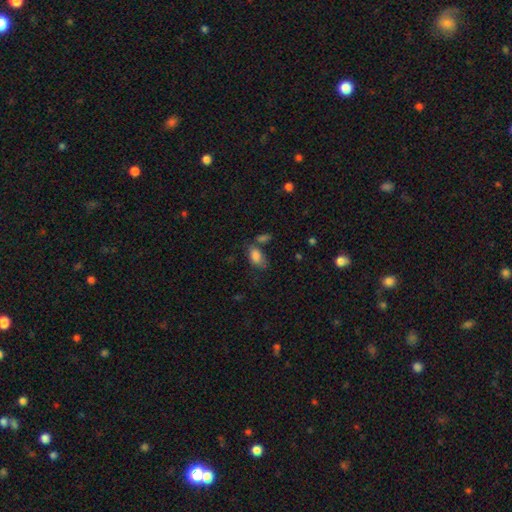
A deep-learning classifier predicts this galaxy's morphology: Smooth or featured? Predicted: smooth (p=0.84). How rounded? Predicted: in between (p=0.91). Merging? Predicted: none (p=0.49).